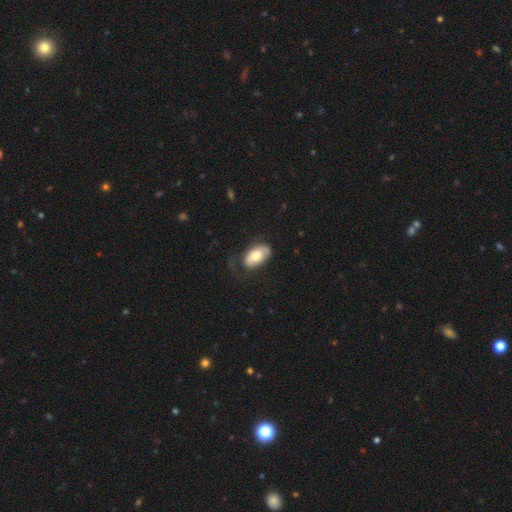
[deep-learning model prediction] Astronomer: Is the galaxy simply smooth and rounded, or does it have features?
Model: smooth — 66%.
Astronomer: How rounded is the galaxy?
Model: in between — 94%.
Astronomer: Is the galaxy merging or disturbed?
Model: none — 53%.